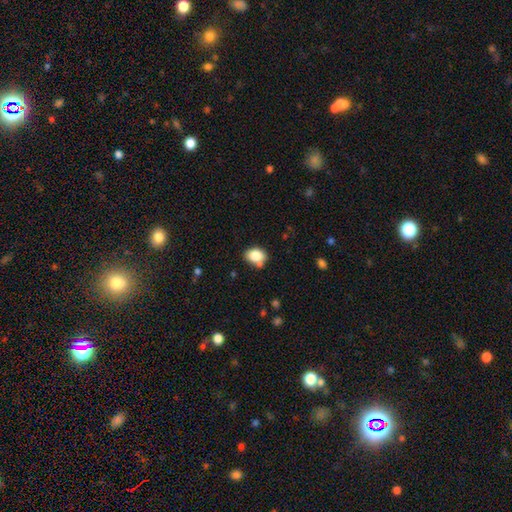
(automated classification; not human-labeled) smooth_or_featured: smooth (p=0.83) [alt: star or artifact p=0.09]
how_rounded: in between (p=0.65) [alt: round p=0.34]
merging: none (p=0.65) [alt: minor disturbance p=0.17]